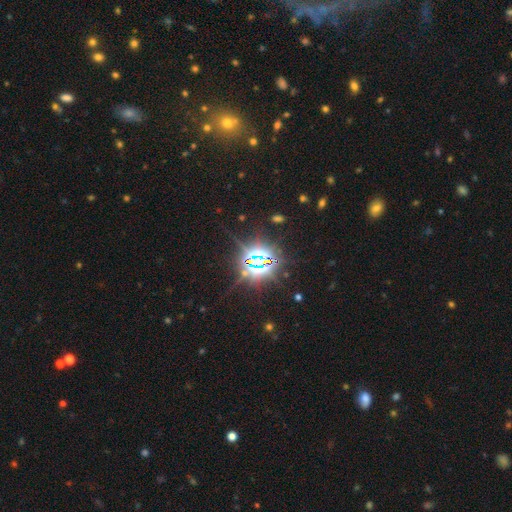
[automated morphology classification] The model was most divided on "smooth or featured": star or artifact: 84%, featured or disk: 8%, smooth: 8%.